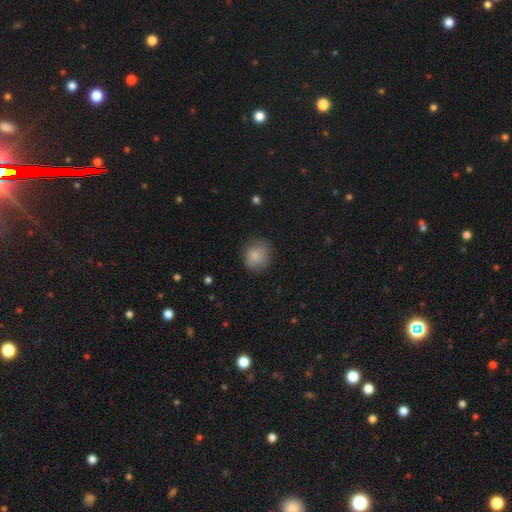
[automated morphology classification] Smooth or featured? smooth (83%)
How rounded? round (73%)
Merging? none (70%)